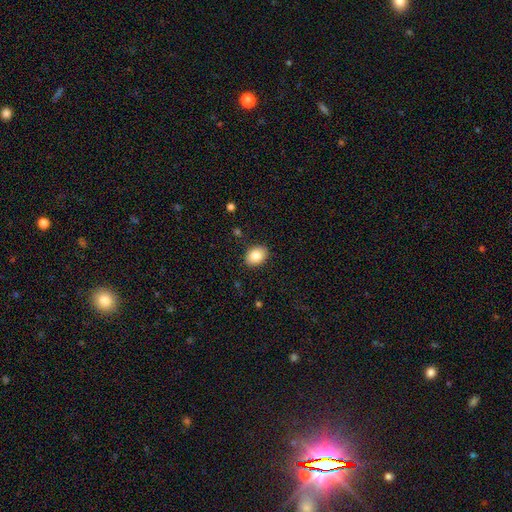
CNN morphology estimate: Smooth or featured? smooth (85%)
How rounded? in between (70%)
Merging? none (89%)